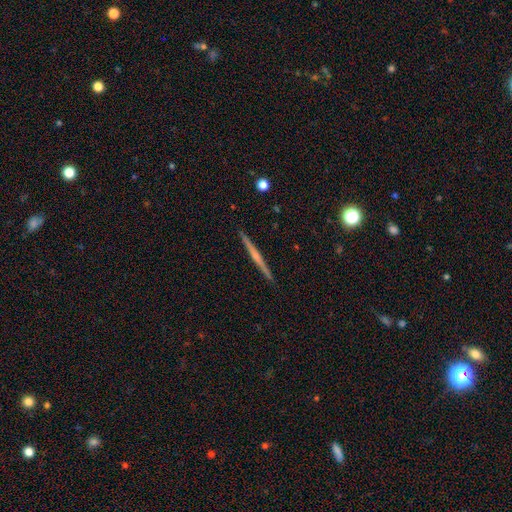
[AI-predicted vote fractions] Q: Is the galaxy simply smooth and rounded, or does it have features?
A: featured or disk — 65%.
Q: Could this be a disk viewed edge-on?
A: yes — 98%.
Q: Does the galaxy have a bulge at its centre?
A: none — 56%.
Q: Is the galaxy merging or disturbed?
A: none — 93%.